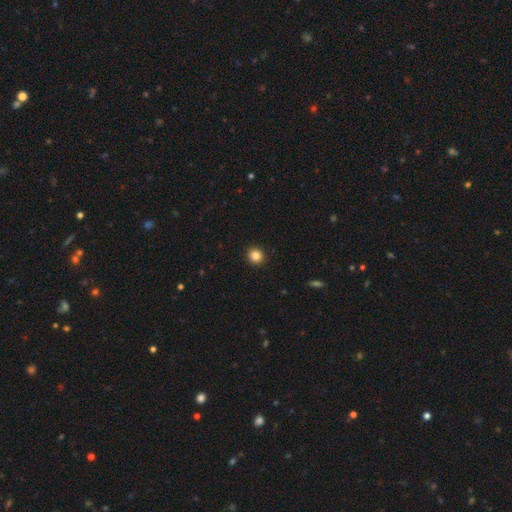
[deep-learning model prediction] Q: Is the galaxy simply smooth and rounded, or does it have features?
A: smooth — 84%.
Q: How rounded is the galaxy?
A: round — 93%.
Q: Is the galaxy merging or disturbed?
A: none — 93%.